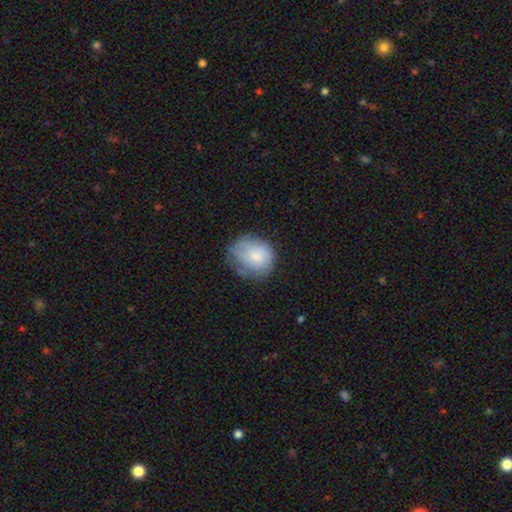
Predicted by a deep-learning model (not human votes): Smooth or featured?
  - smooth: 68% *
  - featured or disk: 24%
  - star or artifact: 8%
How rounded?
  - round: 69% *
  - in between: 30%
  - cigar-shaped: 1%
Merging?
  - none: 47% *
  - minor disturbance: 33%
  - major disturbance: 17%
  - merger: 2%